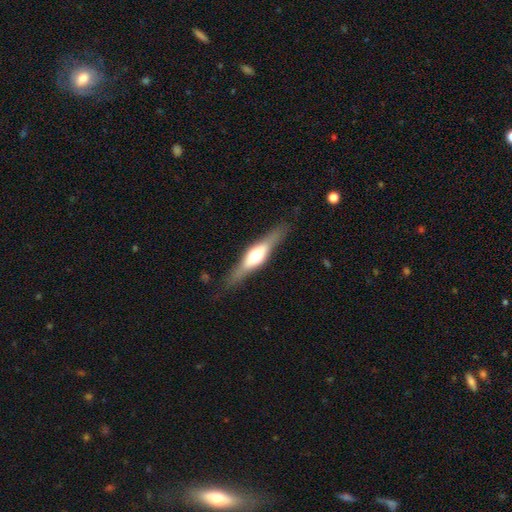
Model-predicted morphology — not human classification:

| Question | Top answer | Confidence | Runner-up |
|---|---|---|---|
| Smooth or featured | featured or disk | 66% | smooth (28%) |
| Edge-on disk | yes | 94% | no (6%) |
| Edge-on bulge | rounded | 90% | boxy (8%) |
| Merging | none | 83% | minor disturbance (12%) |